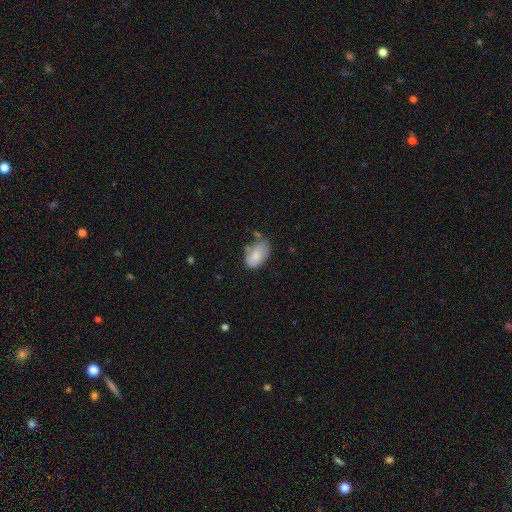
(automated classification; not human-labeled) Overall: smooth (76%). How rounded: in between (91%). Merging: none (47%; minor disturbance 32%).